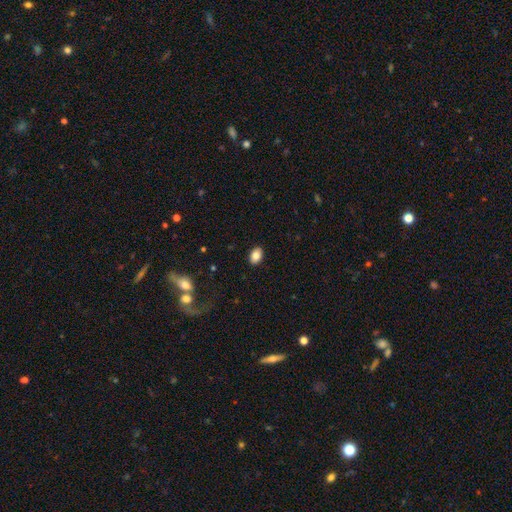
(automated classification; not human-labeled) smooth 84%, star or artifact 9%, featured or disk 7%. Down the decision tree: how rounded — in between (83%); merging — none (89%).